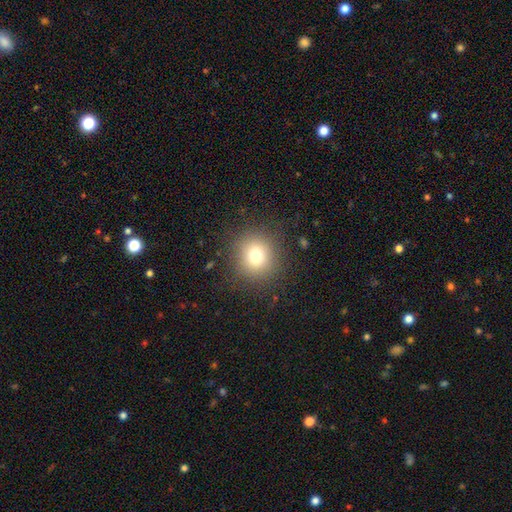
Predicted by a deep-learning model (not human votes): smooth_or_featured: smooth (p=0.75) [alt: star or artifact p=0.14]
how_rounded: round (p=0.92) [alt: in between p=0.07]
merging: none (p=0.87) [alt: minor disturbance p=0.08]